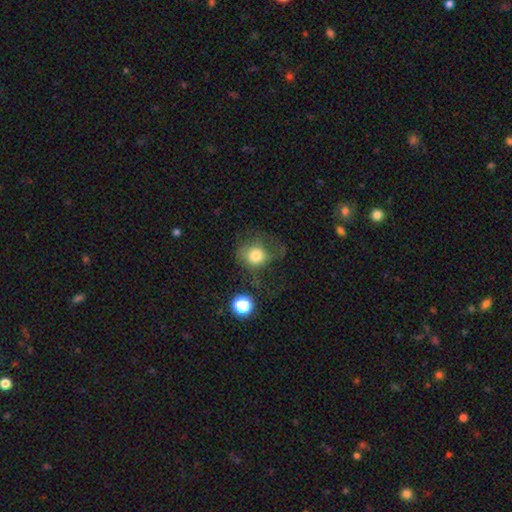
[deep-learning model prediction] Smooth or featured?
  - smooth: 72% *
  - featured or disk: 16%
  - star or artifact: 12%
How rounded?
  - round: 76% *
  - in between: 23%
  - cigar-shaped: 1%
Merging?
  - none: 39% *
  - major disturbance: 34%
  - minor disturbance: 23%
  - merger: 4%